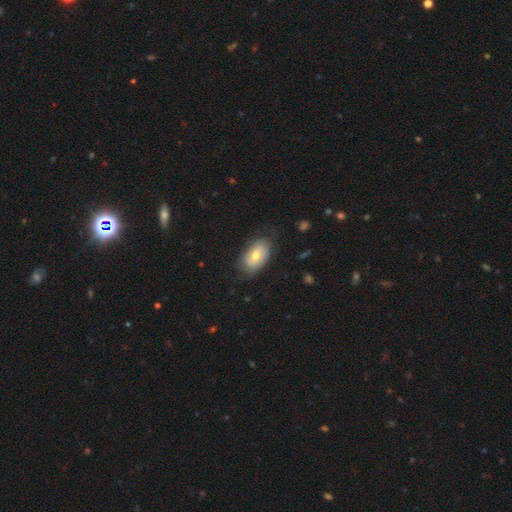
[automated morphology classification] Smooth or featured?
  - smooth: 67% *
  - featured or disk: 26%
  - star or artifact: 7%
How rounded?
  - in between: 92% *
  - round: 7%
  - cigar-shaped: 2%
Merging?
  - none: 72% *
  - minor disturbance: 21%
  - major disturbance: 6%
  - merger: 1%